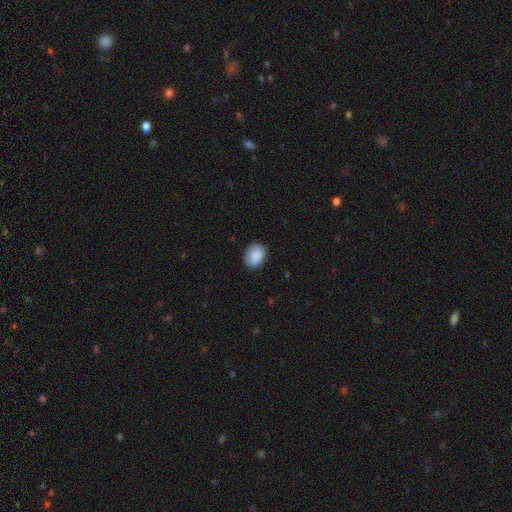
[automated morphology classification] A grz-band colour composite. It shows a smooth galaxy with no disk features (88%) that is in between round and cigar-shaped (59%). Merging: none (81%).